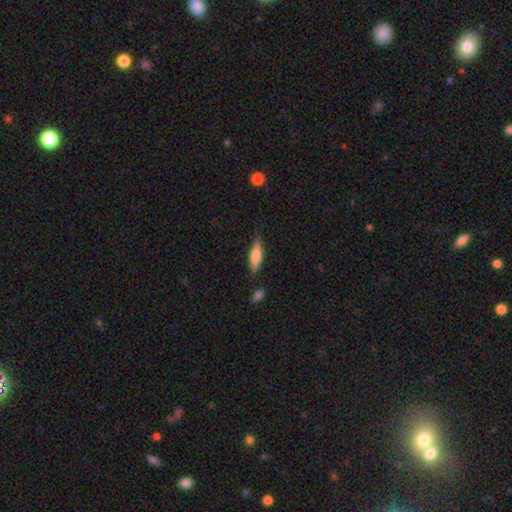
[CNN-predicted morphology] This is likely a smooth galaxy (66%). How rounded: possibly cigar-shaped (51%). Merging: likely none (77%).